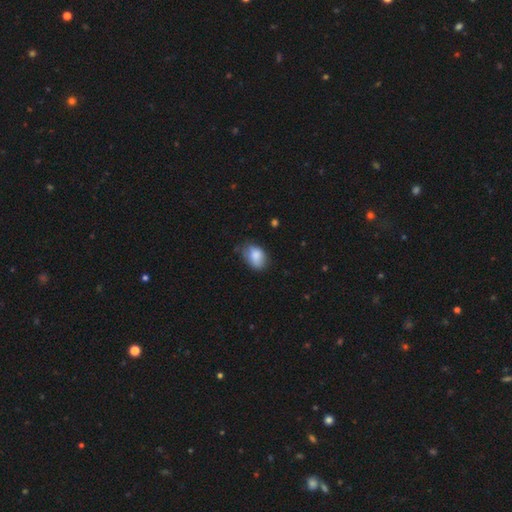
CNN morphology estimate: Overall: smooth (84%). How rounded: in between (81%). Merging: none (58%; minor disturbance 33%).